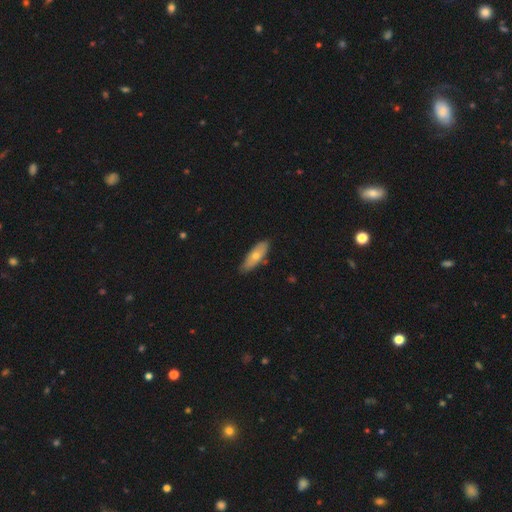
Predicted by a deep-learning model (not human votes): Morphology: type=smooth (63%); roundness=in between (63%); merging=none (75%).